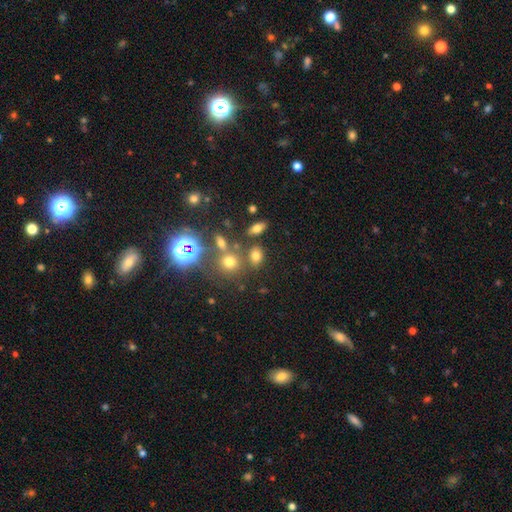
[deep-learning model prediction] Smooth or featured? smooth (69%)
How rounded? in between (63%)
Merging? none (68%)